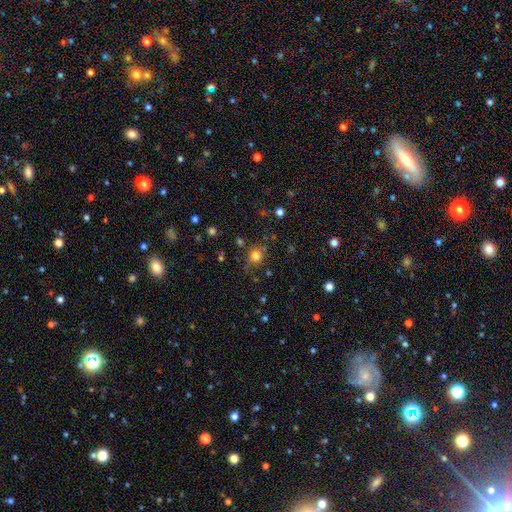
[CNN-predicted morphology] Q: Smooth or featured?
A: smooth (78%); runner-up: star or artifact (16%)
Q: How rounded?
A: round (88%); runner-up: in between (11%)
Q: Merging?
A: none (77%); runner-up: minor disturbance (13%)